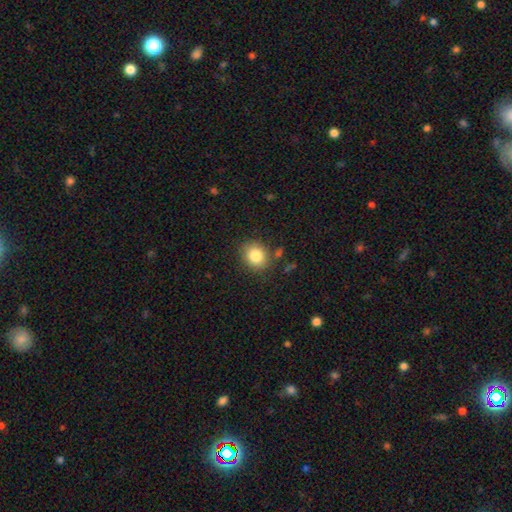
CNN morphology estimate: A smooth galaxy with no disk features (83%) that is round (68%).

Vote fractions:
- Smooth or featured? smooth: 83% / star or artifact: 10% / featured or disk: 7%
- How rounded? round: 68% / in between: 32% / cigar-shaped: 1%
- Merging? none: 81% / minor disturbance: 12% / merger: 4% / major disturbance: 3%